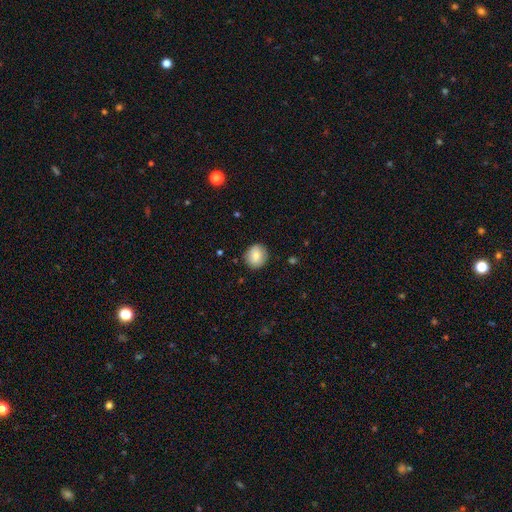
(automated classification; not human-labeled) A smooth galaxy with no disk features (82%) that is round (84%). Merging: none (87%).